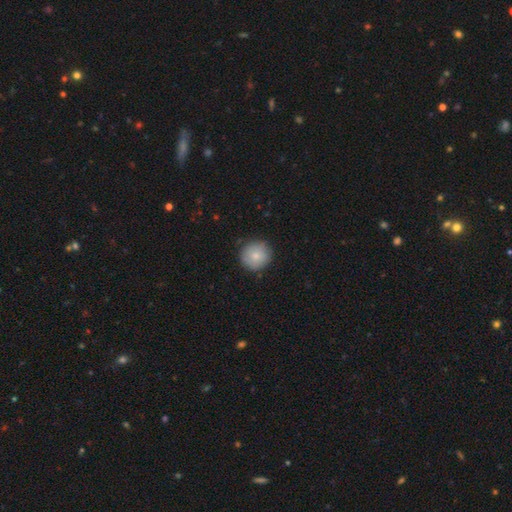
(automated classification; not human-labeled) smooth-or-featured: smooth: 83% | featured or disk: 10% | star or artifact: 7%
  how-rounded: round: 93% | in between: 6% | cigar-shaped: 1%
  merging: none: 86% | minor disturbance: 10% | major disturbance: 2% | merger: 1%